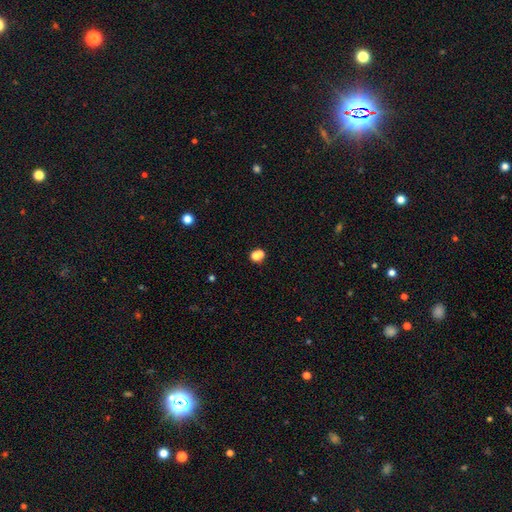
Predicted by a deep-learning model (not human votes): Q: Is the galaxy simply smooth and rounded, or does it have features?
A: smooth — 63%.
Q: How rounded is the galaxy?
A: round — 68%.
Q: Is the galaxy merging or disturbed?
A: none — 56%.